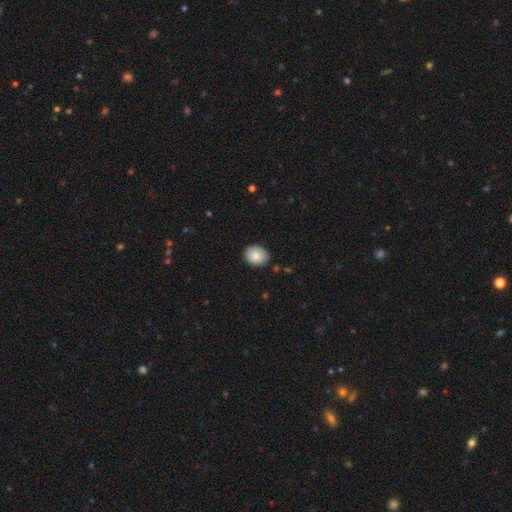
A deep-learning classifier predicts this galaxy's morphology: A smooth galaxy with no disk features (84%) that is in between round and cigar-shaped (58%).

Vote fractions:
- Smooth or featured? smooth: 84% / featured or disk: 9% / star or artifact: 7%
- How rounded? in between: 58% / round: 42% / cigar-shaped: 1%
- Merging? none: 84% / minor disturbance: 13% / major disturbance: 2% / merger: 1%